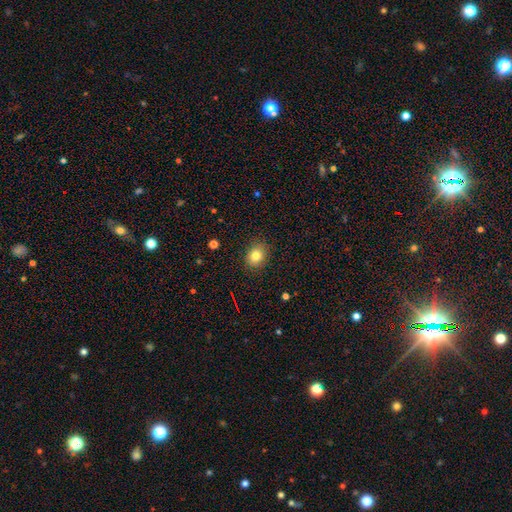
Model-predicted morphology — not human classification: smooth 80%, star or artifact 11%, featured or disk 9%. Down the decision tree: how rounded — round (54%); merging — none (87%).